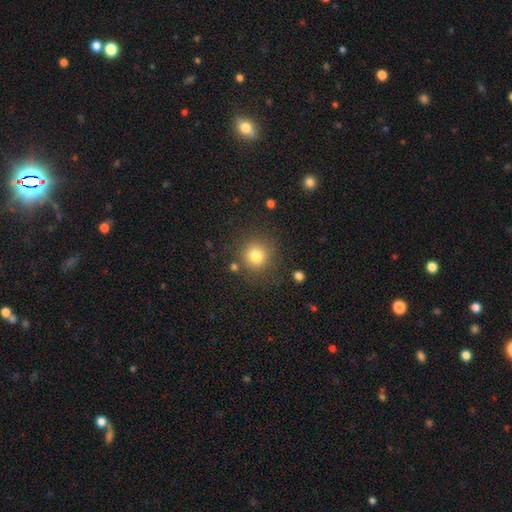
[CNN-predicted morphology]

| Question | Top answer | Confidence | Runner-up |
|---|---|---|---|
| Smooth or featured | smooth | 80% | star or artifact (13%) |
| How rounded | round | 91% | in between (8%) |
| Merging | none | 82% | minor disturbance (10%) |